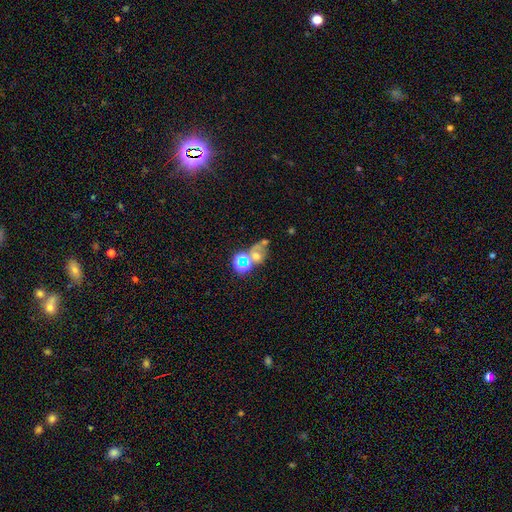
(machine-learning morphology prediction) smooth 37%, star or artifact 32%, featured or disk 31%. Down the decision tree: merging — merger (43%).